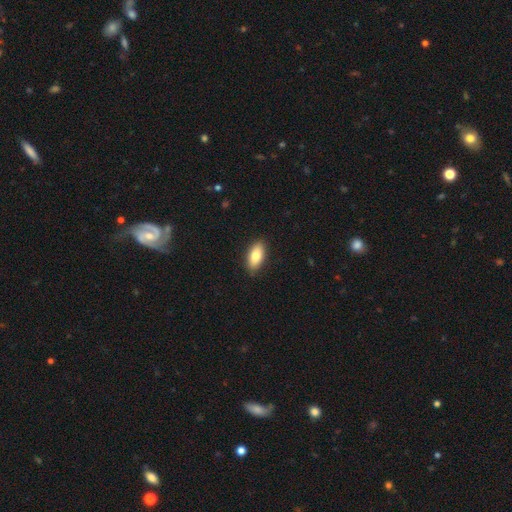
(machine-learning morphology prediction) This is clearly a smooth galaxy (81%). How rounded: clearly in between (89%). Merging: clearly none (88%).